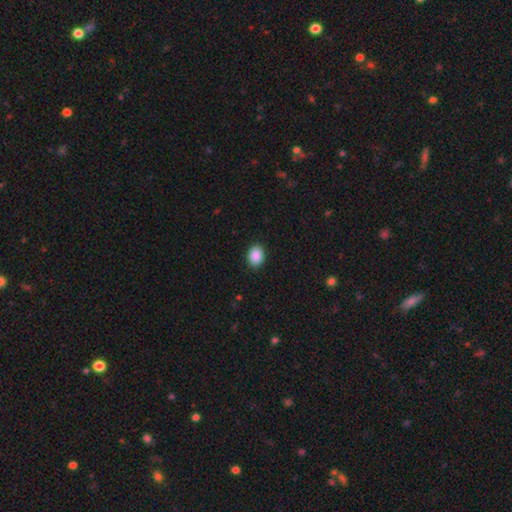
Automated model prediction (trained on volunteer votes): smooth_or_featured: smooth (p=0.90) [alt: star or artifact p=0.08]
how_rounded: in between (p=0.62) [alt: round p=0.37]
merging: none (p=0.90) [alt: minor disturbance p=0.07]